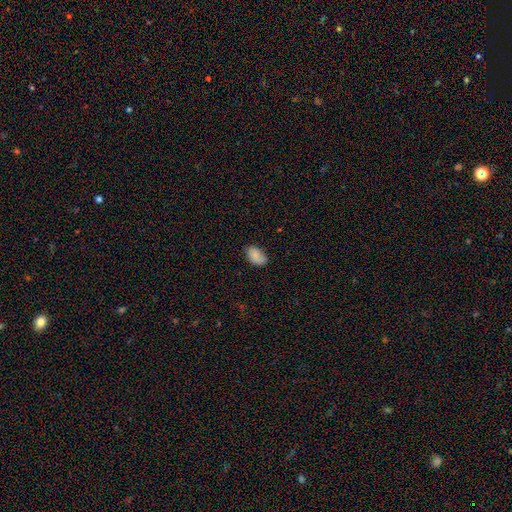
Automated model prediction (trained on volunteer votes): A smooth galaxy with no disk features (83%) that is in between round and cigar-shaped (92%).

Vote fractions:
- Smooth or featured? smooth: 83% / featured or disk: 9% / star or artifact: 8%
- How rounded? in between: 92% / round: 7% / cigar-shaped: 1%
- Merging? none: 69% / minor disturbance: 24% / major disturbance: 5% / merger: 2%